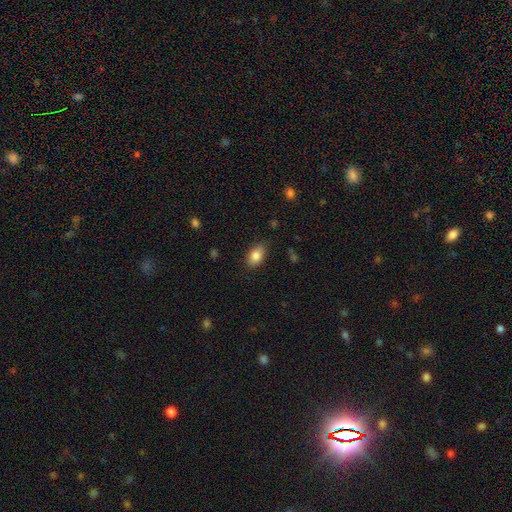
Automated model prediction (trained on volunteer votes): Smooth or featured? Predicted: smooth (p=0.84). How rounded? Predicted: in between (p=0.87). Merging? Predicted: none (p=0.81).